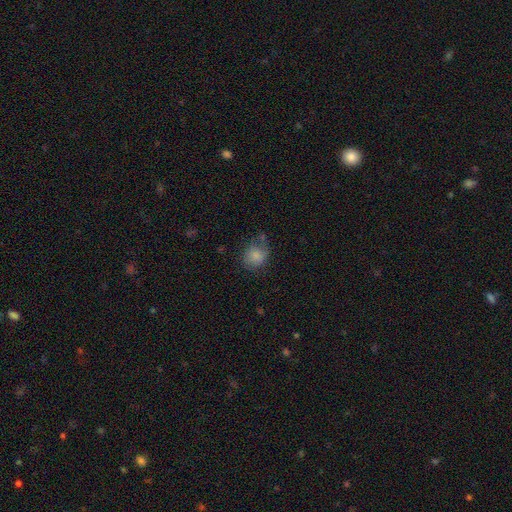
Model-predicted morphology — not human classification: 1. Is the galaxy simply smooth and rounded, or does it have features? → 80% smooth, 11% featured or disk, 9% star or artifact.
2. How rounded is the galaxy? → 73% round, 26% in between, 1% cigar-shaped.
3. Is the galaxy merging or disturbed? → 60% none, 25% minor disturbance, 10% major disturbance, 5% merger.